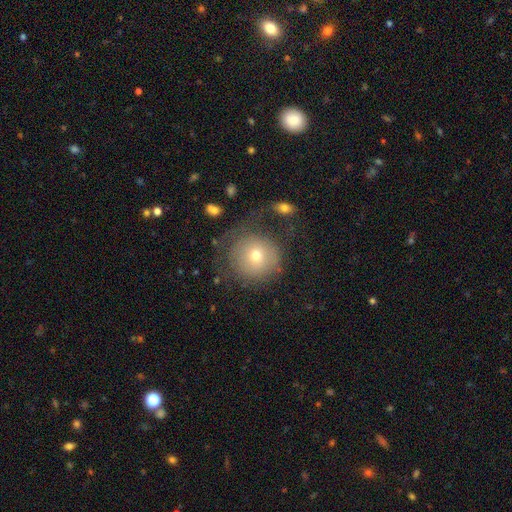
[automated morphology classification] Smooth or featured? Predicted: smooth (p=0.63). How rounded? Predicted: round (p=0.92). Merging? Predicted: none (p=0.54).